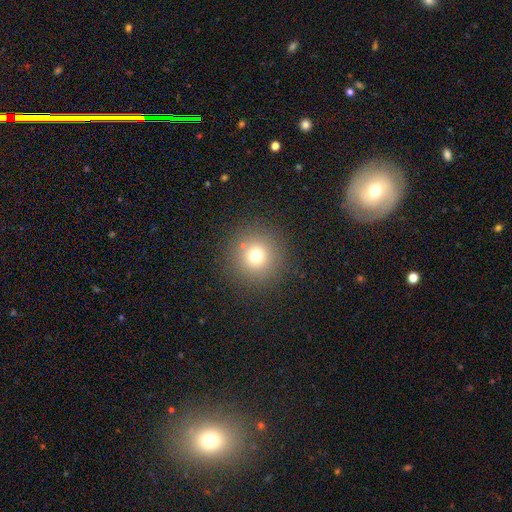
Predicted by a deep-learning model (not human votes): Morphology: type=smooth (71%); roundness=round (95%); merging=none (88%).